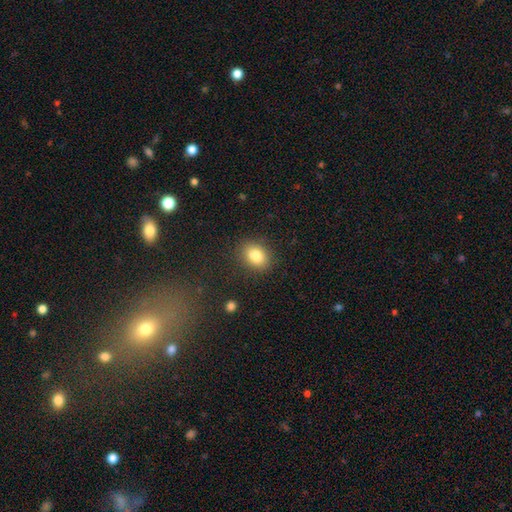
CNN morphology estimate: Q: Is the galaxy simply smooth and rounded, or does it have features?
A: smooth — 82%.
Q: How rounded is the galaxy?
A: in between — 59%.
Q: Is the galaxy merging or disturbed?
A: none — 87%.